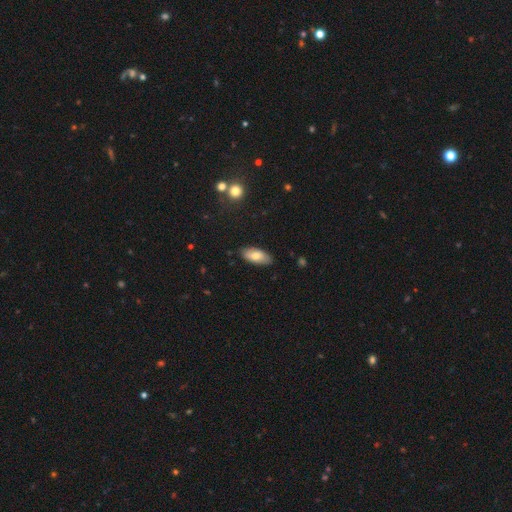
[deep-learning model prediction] This is likely a smooth galaxy (75%). How rounded: clearly in between (89%). Merging: clearly none (86%).